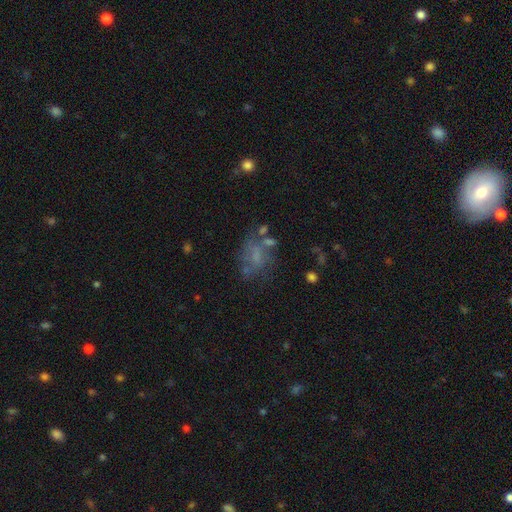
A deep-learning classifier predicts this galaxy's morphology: This appears to be a featured or disk galaxy (42%). Merging: none (42%).